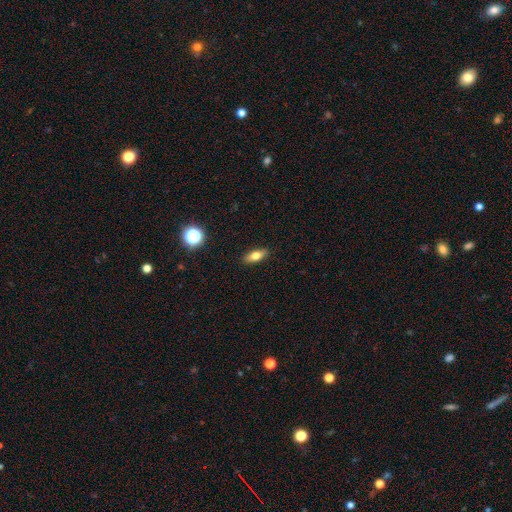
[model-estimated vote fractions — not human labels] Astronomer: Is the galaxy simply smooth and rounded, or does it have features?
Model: smooth — 72%.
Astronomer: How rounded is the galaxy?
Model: in between — 72%.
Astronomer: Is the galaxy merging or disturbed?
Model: none — 89%.